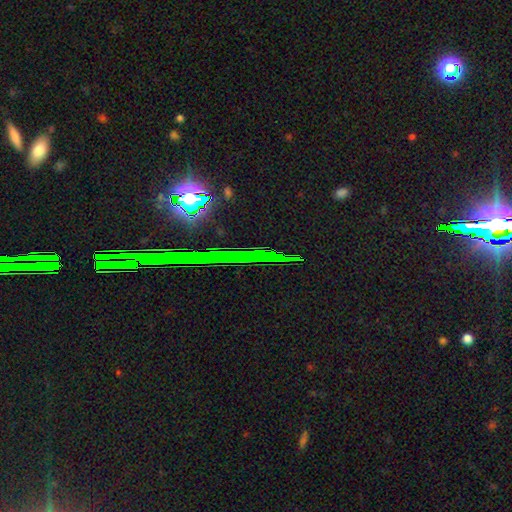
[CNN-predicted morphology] smooth_or_featured: star or artifact (p=0.76) [alt: featured or disk p=0.13]